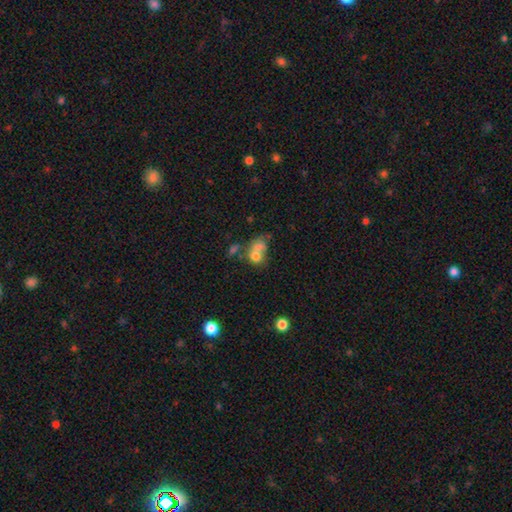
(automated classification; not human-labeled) A smooth galaxy with no disk features (70%) that is round (55%).

Vote fractions:
- Smooth or featured? smooth: 70% / featured or disk: 19% / star or artifact: 11%
- How rounded? round: 55% / in between: 44% / cigar-shaped: 1%
- Merging? merger: 63% / none: 22% / minor disturbance: 8% / major disturbance: 7%